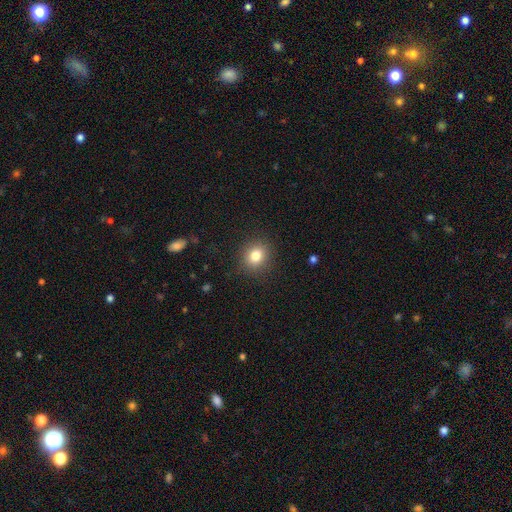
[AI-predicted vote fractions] Smooth or featured? smooth (82%)
How rounded? round (76%)
Merging? none (88%)